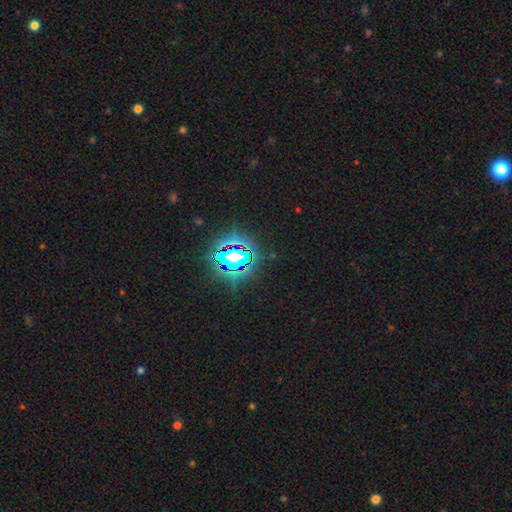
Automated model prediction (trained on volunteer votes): This is likely a star or artifact rather than a galaxy (78%).